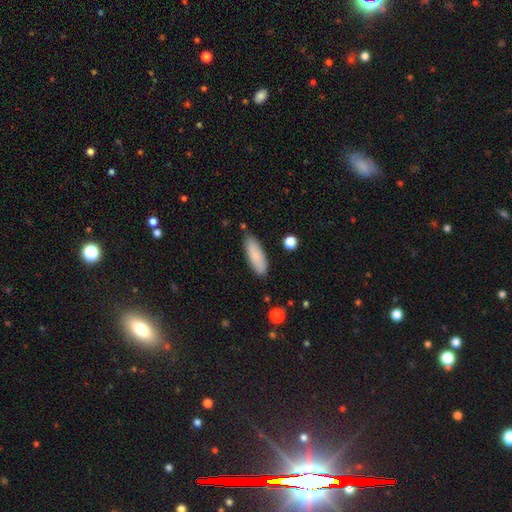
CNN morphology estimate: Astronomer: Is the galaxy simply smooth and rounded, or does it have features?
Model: smooth — 87%.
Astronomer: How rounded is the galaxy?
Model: in between — 58% (runner-up: cigar-shaped, 41%).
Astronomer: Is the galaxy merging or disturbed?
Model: none — 85%.